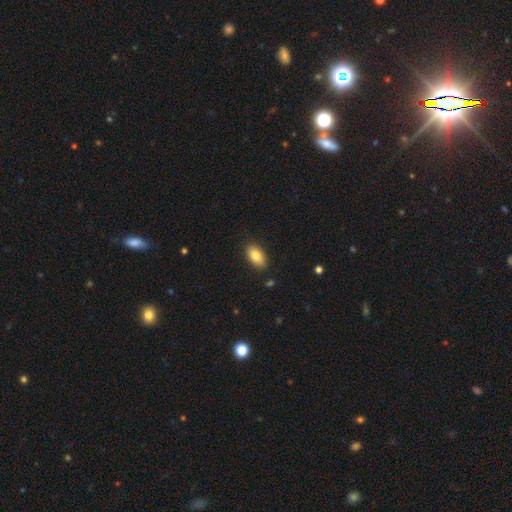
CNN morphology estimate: type=smooth (85%); roundness=in between (93%); merging=none (87%).